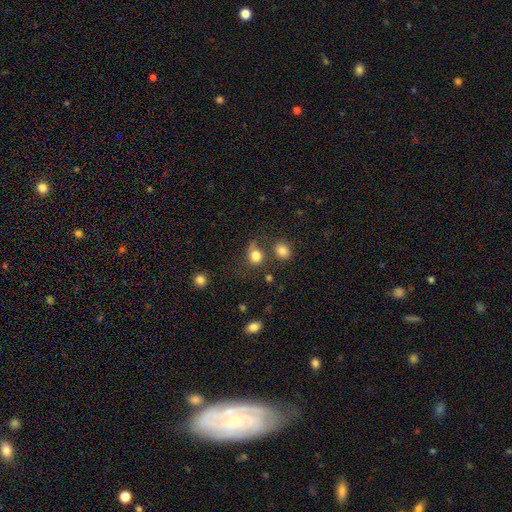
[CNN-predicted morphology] Smooth or featured? Predicted: smooth (p=0.81). How rounded? Predicted: round (p=0.73). Merging? Predicted: none (p=0.54).